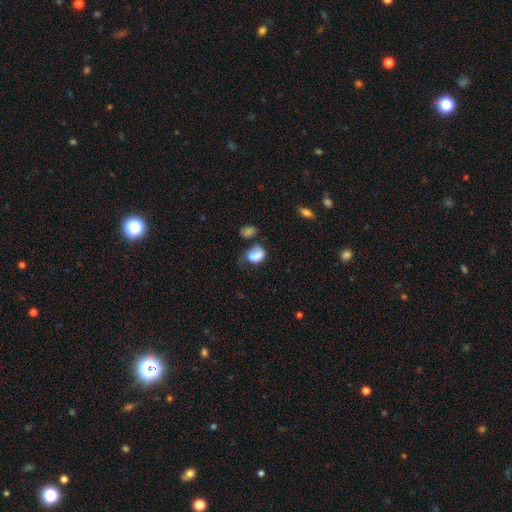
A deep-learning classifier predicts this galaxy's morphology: Q: Smooth or featured?
A: smooth (76%); runner-up: featured or disk (14%)
Q: How rounded?
A: in between (75%); runner-up: round (23%)
Q: Merging?
A: none (28%); tied with: minor disturbance (28%)